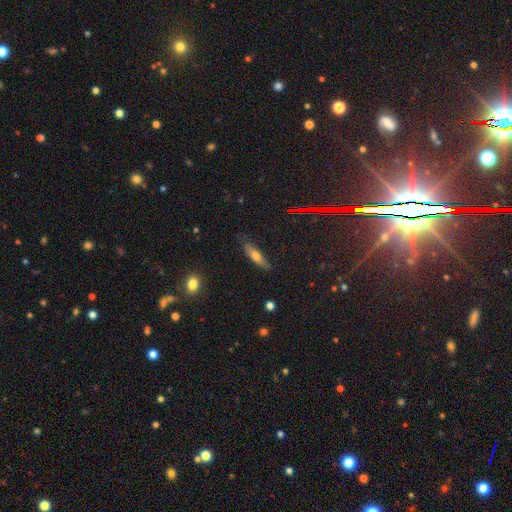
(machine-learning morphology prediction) Q: Smooth or featured?
A: smooth (57%); runner-up: featured or disk (33%)
Q: How rounded?
A: cigar-shaped (70%); runner-up: in between (28%)
Q: Merging?
A: none (81%); runner-up: minor disturbance (15%)